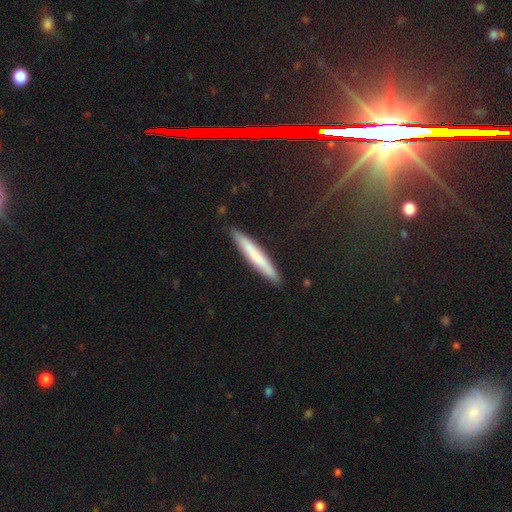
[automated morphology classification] This appears to be a smooth galaxy with no disk features (67%) that is cigar-shaped (96%). Merging: none (90%).